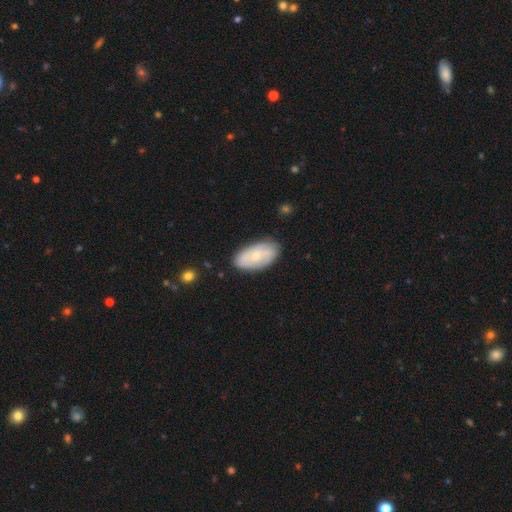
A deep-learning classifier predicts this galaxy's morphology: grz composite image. It shows a smooth galaxy with no disk features (49%). Merging: none (77%).